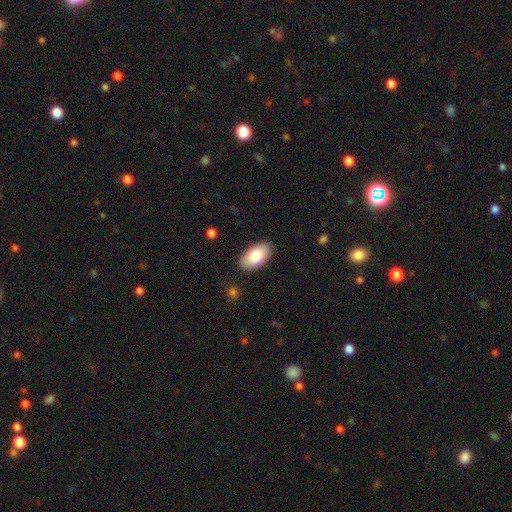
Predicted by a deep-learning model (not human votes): smooth-or-featured: smooth: 80% | featured or disk: 13% | star or artifact: 6%
  how-rounded: in between: 95% | round: 3% | cigar-shaped: 2%
  merging: none: 88% | minor disturbance: 9% | major disturbance: 2% | merger: 1%